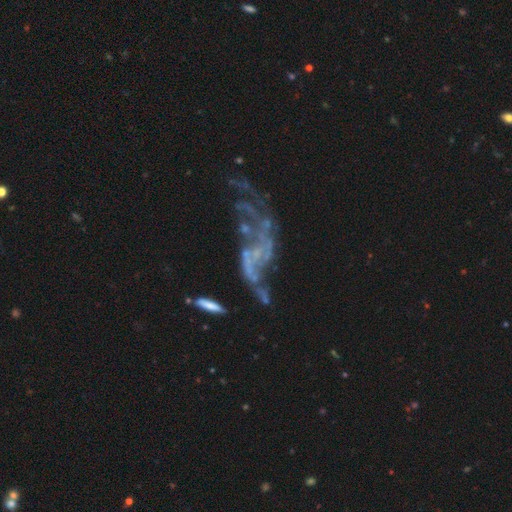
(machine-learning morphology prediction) Overall: featured or disk (74%). Edge-on disk: no (93%). Bar: no (76%). Spiral arms: yes (51%; no 49%). Bulge size: none (72%). Merging: major disturbance (45%; none 22%).